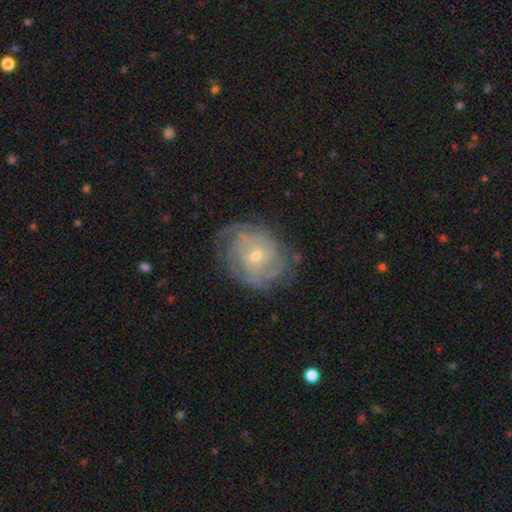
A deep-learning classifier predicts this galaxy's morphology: smooth-or-featured: featured or disk: 81% | smooth: 13% | star or artifact: 7%
  disk-edge-on: no: 97% | yes: 3%
    bar: no: 65% | weak: 30% | strong: 5%
    has-spiral-arms: yes: 91% | no: 9%
      spiral-winding: tight: 63% | medium: 28% | loose: 9%
      spiral-arm-count: can't tell: 43% | 2: 19% | 3: 15% | 4: 11% | more than 4: 6% | 1: 6%
    bulge-size: small: 62% | moderate: 35% | large: 1% | none: 1% | dominant: 1%
  merging: none: 69% | minor disturbance: 20% | major disturbance: 9% | merger: 1%